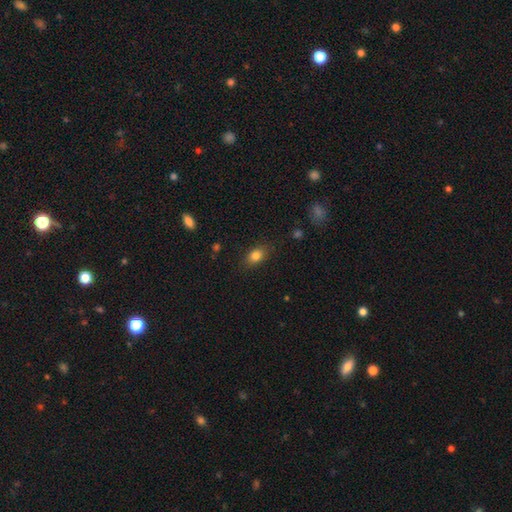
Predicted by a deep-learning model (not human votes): smooth-or-featured: smooth: 82% | star or artifact: 10% | featured or disk: 8%
  how-rounded: in between: 77% | round: 20% | cigar-shaped: 3%
  merging: none: 83% | minor disturbance: 13% | major disturbance: 3% | merger: 1%